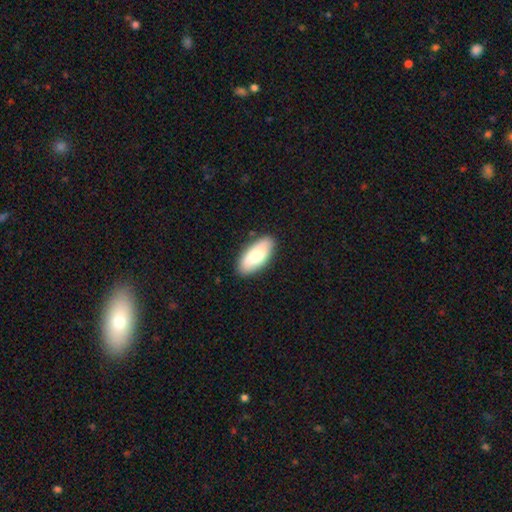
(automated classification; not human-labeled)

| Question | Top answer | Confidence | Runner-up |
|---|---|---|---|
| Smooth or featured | smooth | 73% | featured or disk (21%) |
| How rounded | in between | 88% | cigar-shaped (10%) |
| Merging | none | 85% | minor disturbance (11%) |